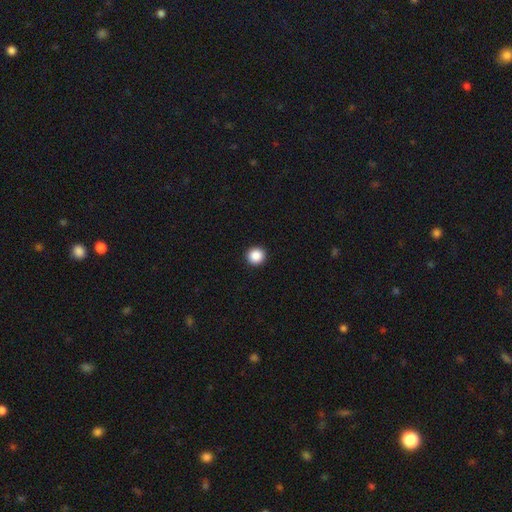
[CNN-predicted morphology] Smooth or featured?
  - smooth: 88% *
  - star or artifact: 9%
  - featured or disk: 3%
How rounded?
  - round: 96% *
  - in between: 3%
  - cigar-shaped: 1%
Merging?
  - none: 94% *
  - minor disturbance: 4%
  - major disturbance: 1%
  - merger: 1%